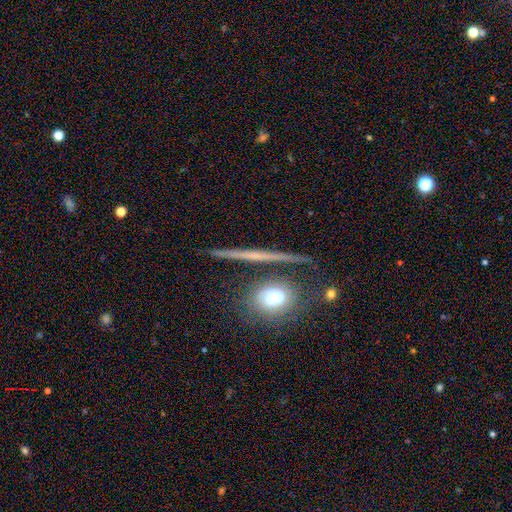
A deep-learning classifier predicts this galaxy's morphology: Smooth or featured? featured or disk (54%)
Edge-on disk? yes (91%)
Merging? none (83%)